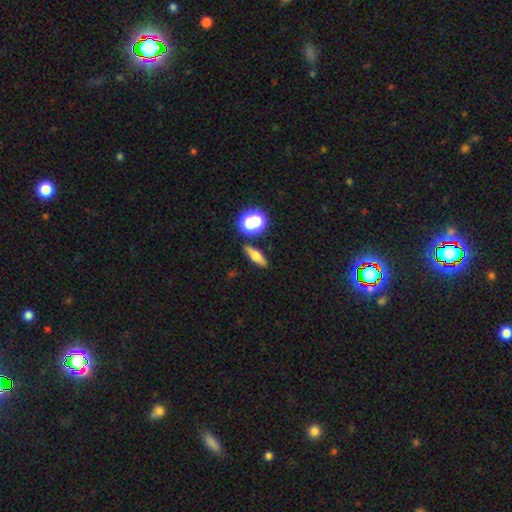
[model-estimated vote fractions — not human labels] A smooth galaxy with no disk features (53%) that is cigar-shaped (44%). Merging: none (87%).